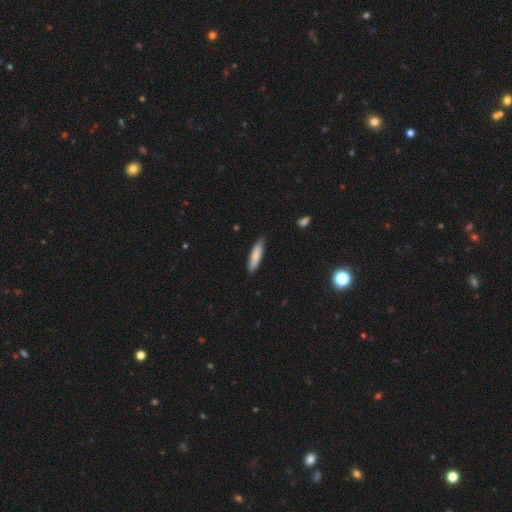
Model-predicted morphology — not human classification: smooth 81%, featured or disk 14%, star or artifact 6%. Down the decision tree: how rounded — cigar-shaped (76%); merging — none (84%).